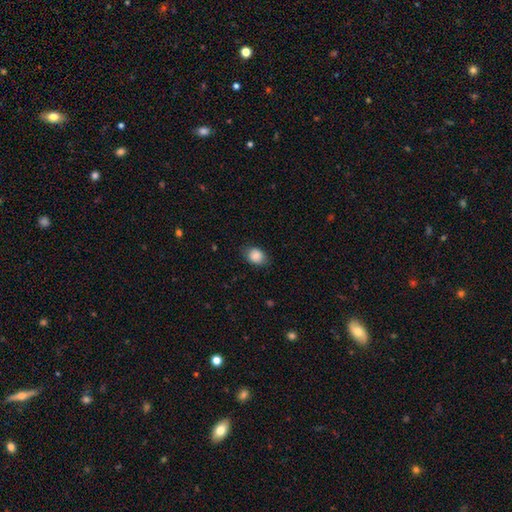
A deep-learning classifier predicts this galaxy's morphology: Smooth or featured? Predicted: smooth (p=0.87). How rounded? Predicted: in between (p=0.65). Merging? Predicted: none (p=0.78).